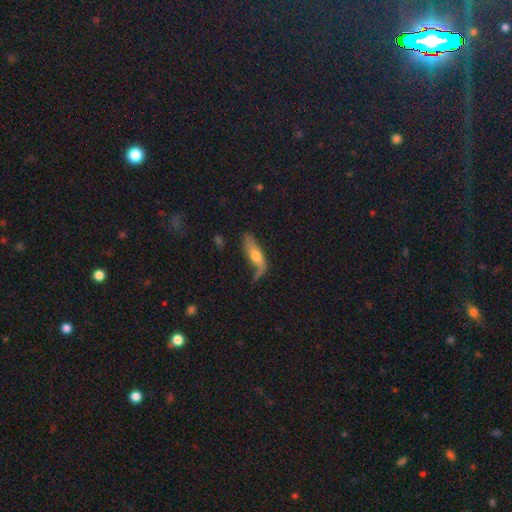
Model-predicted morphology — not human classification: Smooth or featured? Predicted: smooth (p=0.47). Merging? Predicted: none (p=0.39).